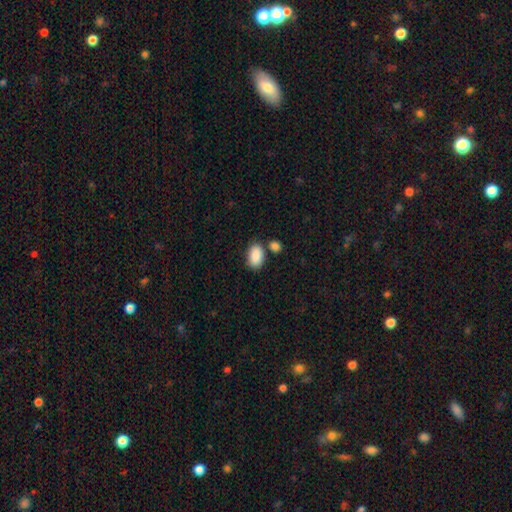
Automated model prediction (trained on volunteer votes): Smooth or featured: smooth — 88% (star or artifact — 6%)
How rounded: in between — 91% (round — 7%)
Merging: none — 69% (merger — 14%)